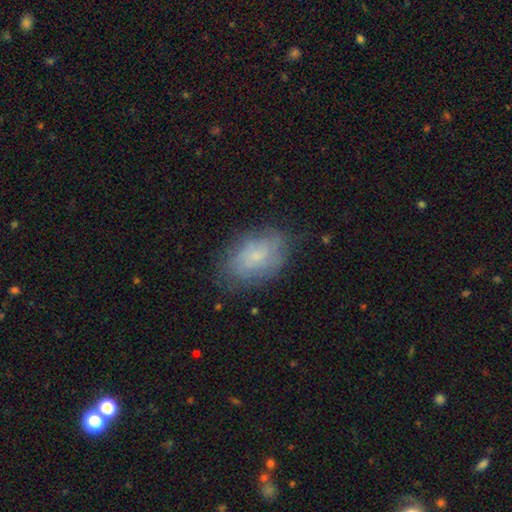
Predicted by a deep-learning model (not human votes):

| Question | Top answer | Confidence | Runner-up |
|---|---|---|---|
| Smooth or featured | smooth | 50% | featured or disk (41%) |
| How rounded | in between | 87% | round (11%) |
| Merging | none | 72% | minor disturbance (20%) |